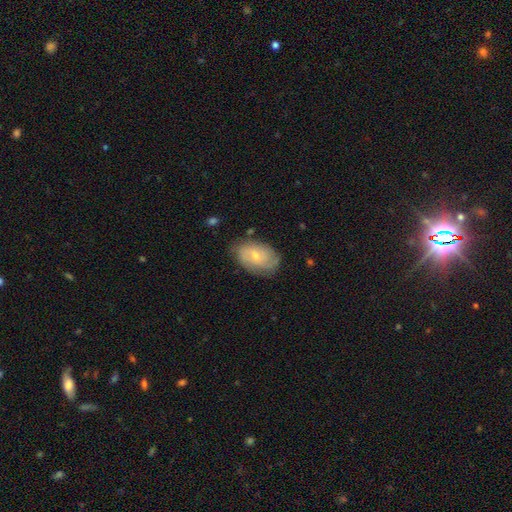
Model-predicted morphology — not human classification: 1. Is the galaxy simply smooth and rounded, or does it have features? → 57% featured or disk, 36% smooth, 7% star or artifact.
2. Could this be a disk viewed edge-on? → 95% no, 5% yes.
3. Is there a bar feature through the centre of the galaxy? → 64% no, 32% weak, 4% strong.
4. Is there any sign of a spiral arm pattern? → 84% yes, 16% no.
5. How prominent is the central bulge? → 60% small, 35% moderate, 2% none, 1% large, 1% dominant.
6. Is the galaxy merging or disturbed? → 71% none, 22% minor disturbance, 6% major disturbance, 2% merger.